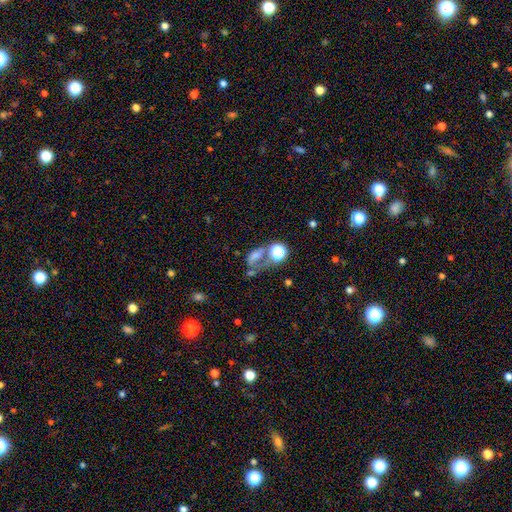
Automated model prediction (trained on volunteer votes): Smooth or featured?
  - smooth: 50% *
  - featured or disk: 28%
  - star or artifact: 22%
Merging?
  - merger: 34% *
  - major disturbance: 29%
  - none: 24%
  - minor disturbance: 13%